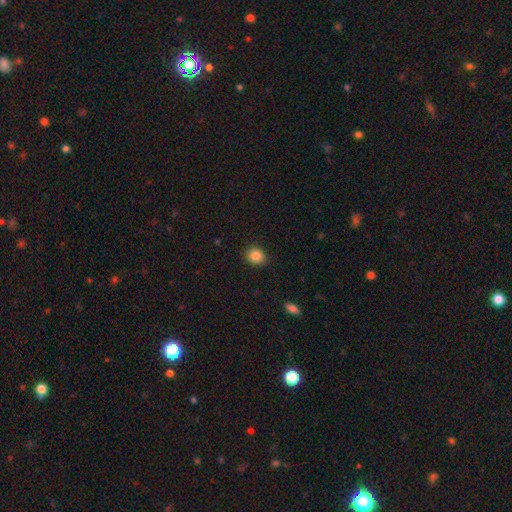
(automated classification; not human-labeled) Morphology: type=smooth (85%); roundness=round (69%); merging=none (90%).